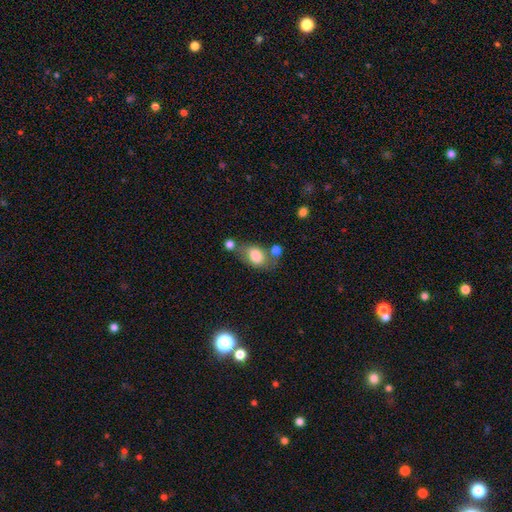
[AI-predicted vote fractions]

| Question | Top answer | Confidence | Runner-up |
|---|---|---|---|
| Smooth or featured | smooth | 80% | featured or disk (12%) |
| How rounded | in between | 73% | round (26%) |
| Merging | none | 50% | merger (22%) |